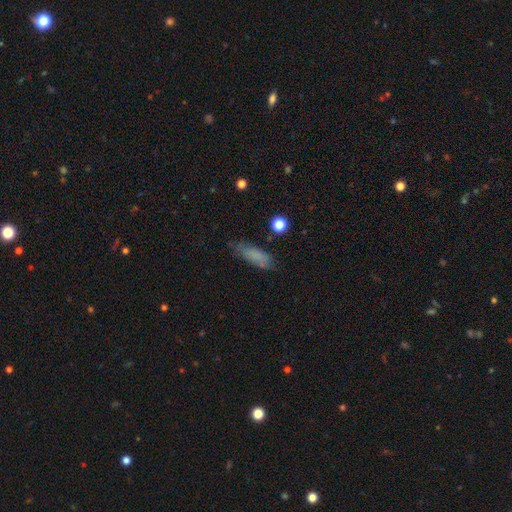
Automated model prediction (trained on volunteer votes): This is likely a smooth galaxy (76%). How rounded: possibly in between (52%). Merging: likely none (71%).